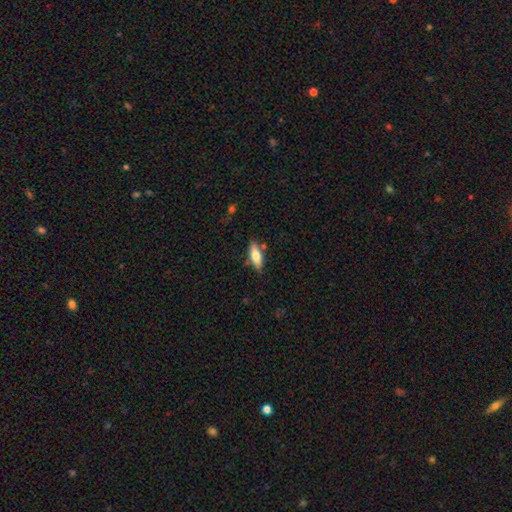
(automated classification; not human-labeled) Morphology: type=smooth (64%); roundness=in between (59%); merging=none (78%).